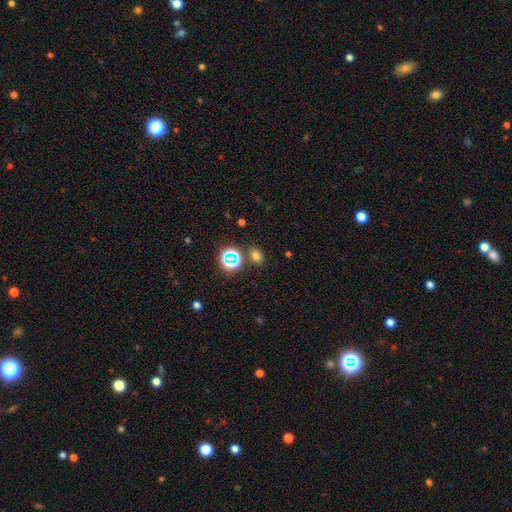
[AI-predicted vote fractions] Morphology: type=smooth (68%); roundness=in between (57%); merging=none (81%).